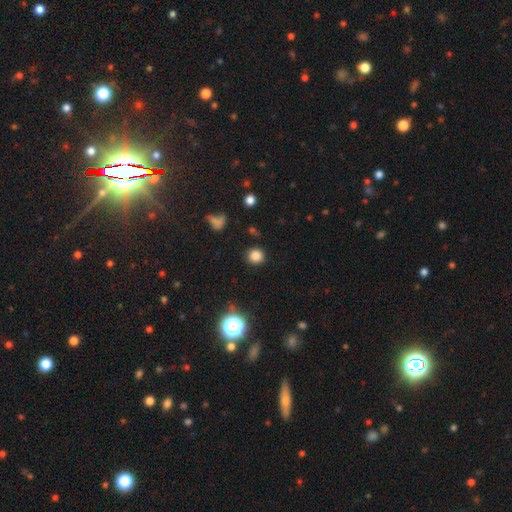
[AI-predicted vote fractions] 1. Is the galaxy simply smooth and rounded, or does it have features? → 81% smooth, 14% star or artifact, 4% featured or disk.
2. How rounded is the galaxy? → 90% round, 9% in between, 1% cigar-shaped.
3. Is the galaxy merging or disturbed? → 87% none, 8% minor disturbance, 3% major disturbance, 2% merger.